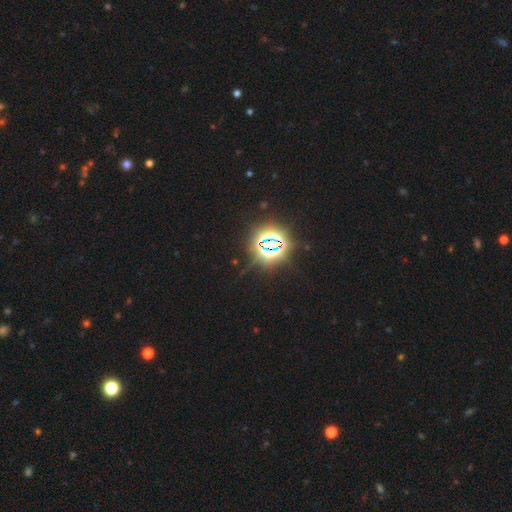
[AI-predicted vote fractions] A star or artifact, not a galaxy (84%).

Vote fractions:
- Smooth or featured? star or artifact: 84% / smooth: 10% / featured or disk: 5%